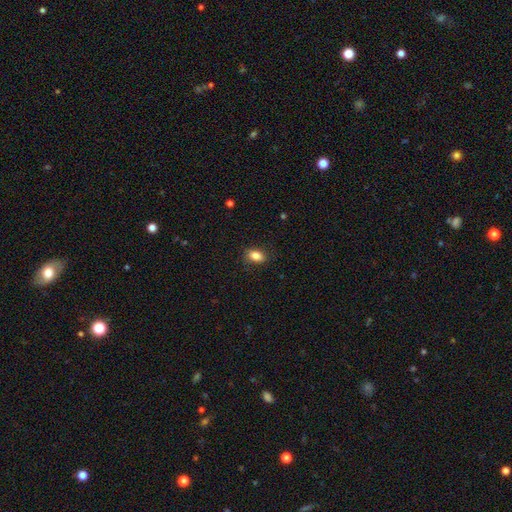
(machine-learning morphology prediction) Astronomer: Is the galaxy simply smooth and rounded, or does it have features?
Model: smooth — 86%.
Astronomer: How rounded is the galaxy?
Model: in between — 85%.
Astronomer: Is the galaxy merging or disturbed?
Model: none — 84%.